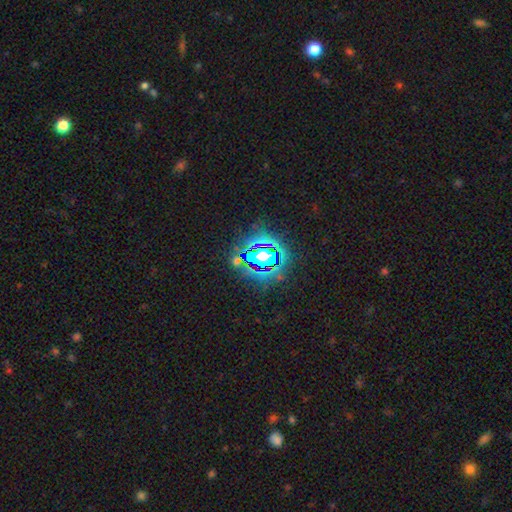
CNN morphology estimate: This appears to be a star or artifact, not a galaxy (81%).